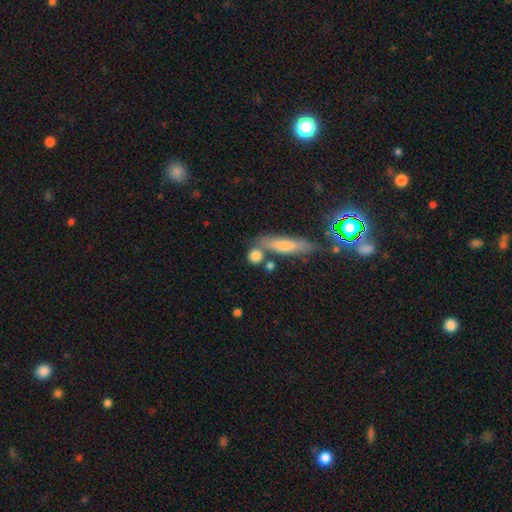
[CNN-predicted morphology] This is likely a smooth galaxy (79%). How rounded: likely round (65%). Merging: likely none (61%).